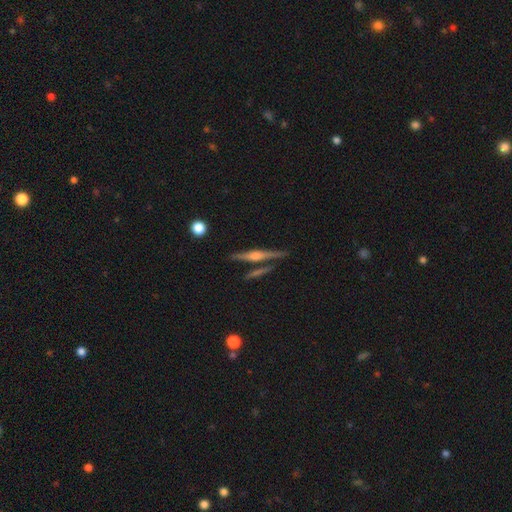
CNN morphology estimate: A featured or disk galaxy (74%) viewed edge-on (97%) with a rounded central bulge (74%).

Vote fractions:
- Smooth or featured? featured or disk: 74% / smooth: 18% / star or artifact: 7%
- Edge-on disk? yes: 97% / no: 3%
- Edge-on bulge? rounded: 74% / none: 13% / boxy: 13%
- Merging? none: 78% / minor disturbance: 10% / merger: 9% / major disturbance: 3%